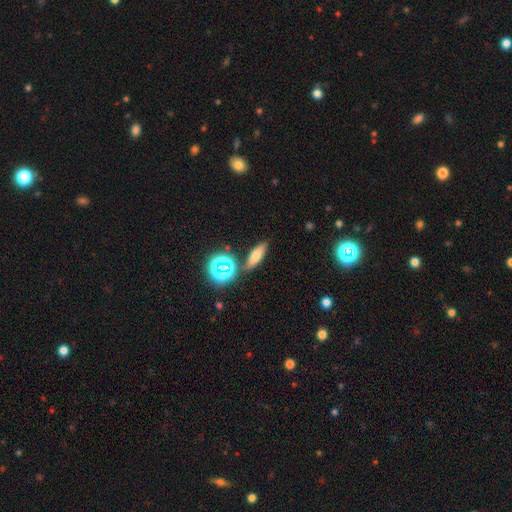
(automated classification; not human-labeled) smooth 63%, star or artifact 19%, featured or disk 18%. Down the decision tree: how rounded — in between (50%); merging — none (79%).